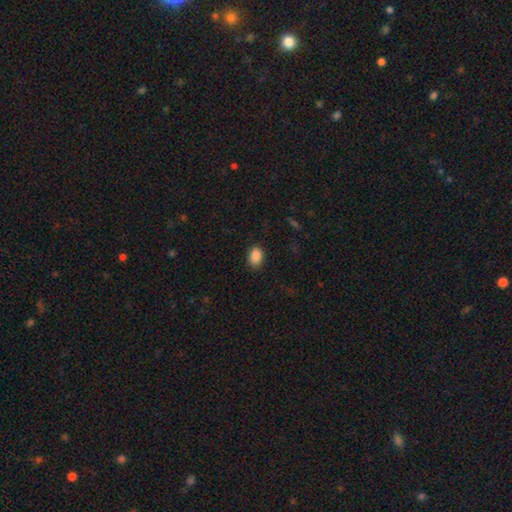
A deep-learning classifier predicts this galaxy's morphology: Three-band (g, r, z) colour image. It shows a smooth galaxy with no disk features (88%) that is in between round and cigar-shaped (81%). Merging: none (84%).